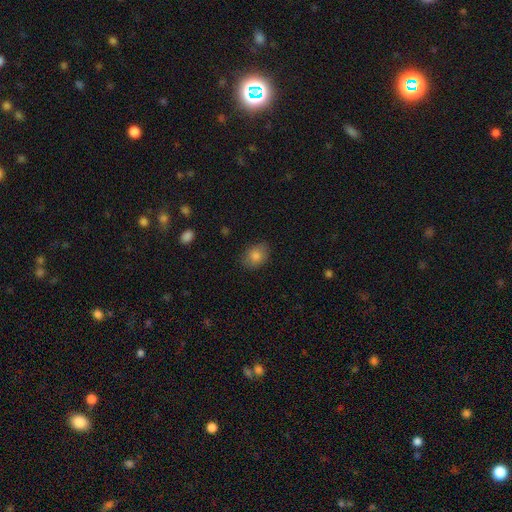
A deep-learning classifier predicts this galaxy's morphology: The model was most divided on "how rounded": in between: 72%, round: 27%, cigar-shaped: 1%. More confident: merging — none (83%); smooth or featured — smooth (82%).